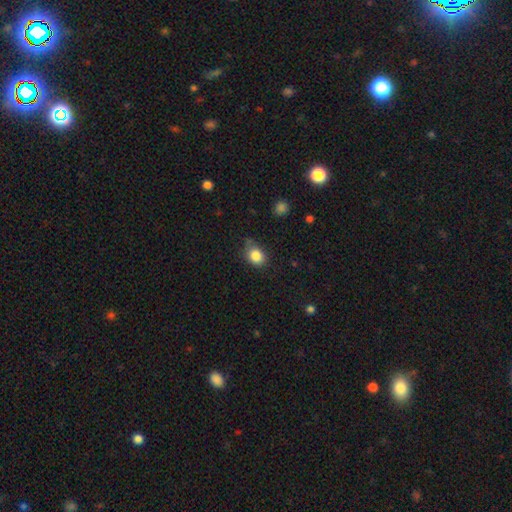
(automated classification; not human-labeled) The model was most divided on "how rounded" (2-way tie): round: 50%, in between: 50%, cigar-shaped: 1%. More confident: smooth or featured — smooth (85%); merging — none (71%).